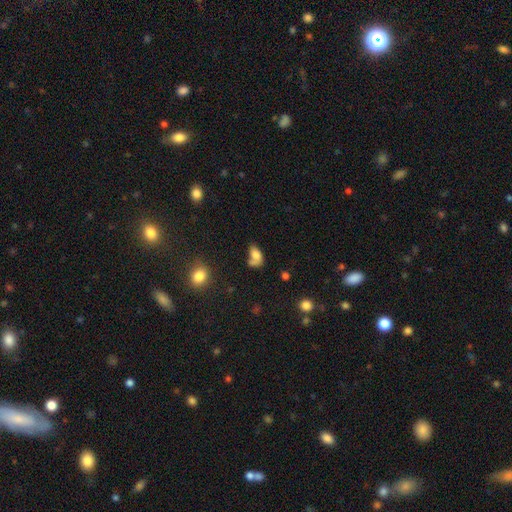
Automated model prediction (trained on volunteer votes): The model was most divided on "merging" (2-way tie): none: 30%, merger: 30%, minor disturbance: 21%, major disturbance: 19%. More confident: how rounded — in between (85%); smooth or featured — smooth (72%).